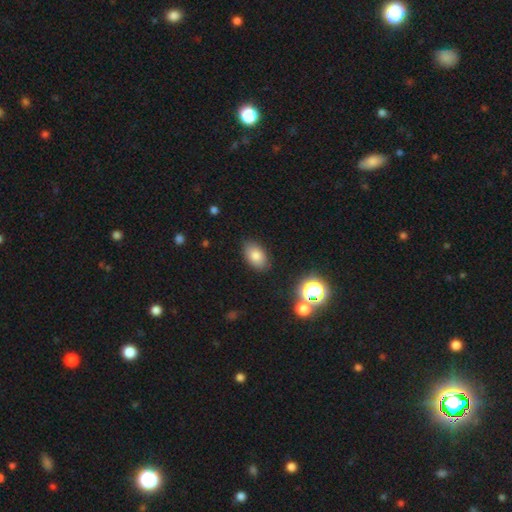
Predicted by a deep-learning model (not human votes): Smooth or featured? smooth (79%)
How rounded? in between (89%)
Merging? none (85%)